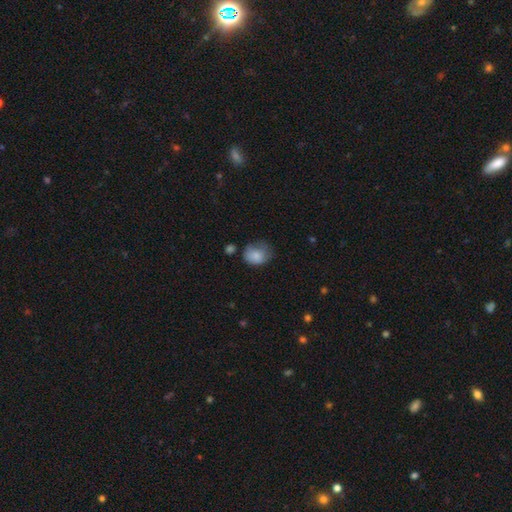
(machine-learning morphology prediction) smooth 81%, featured or disk 11%, star or artifact 8%. Down the decision tree: how rounded — round (54%); merging — none (40%).